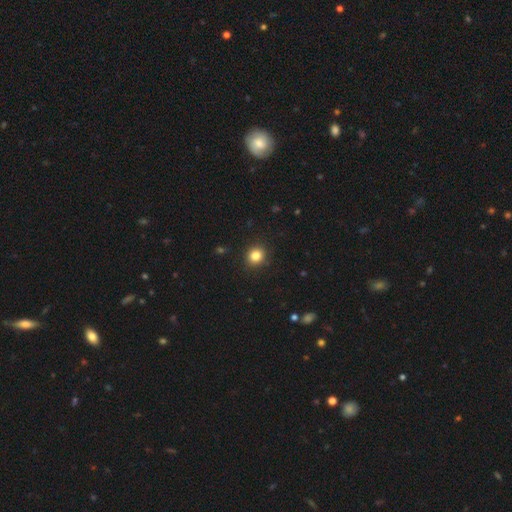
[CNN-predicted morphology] Smooth or featured?
  - smooth: 83% *
  - star or artifact: 12%
  - featured or disk: 5%
How rounded?
  - round: 83% *
  - in between: 16%
  - cigar-shaped: 1%
Merging?
  - none: 91% *
  - minor disturbance: 7%
  - major disturbance: 2%
  - merger: 1%